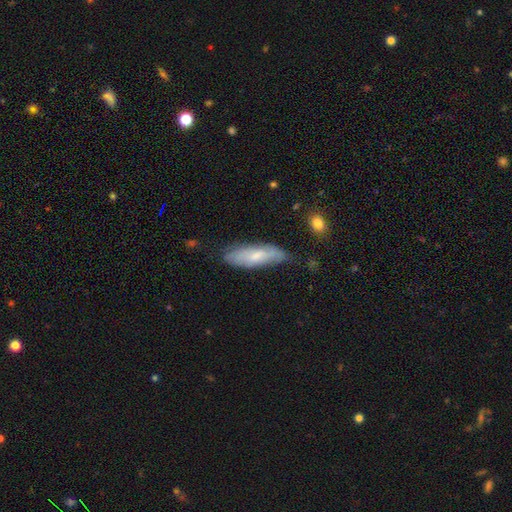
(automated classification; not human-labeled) This appears to be a smooth galaxy with no disk features (62%) that is in between round and cigar-shaped (53%). Merging: none (69%).